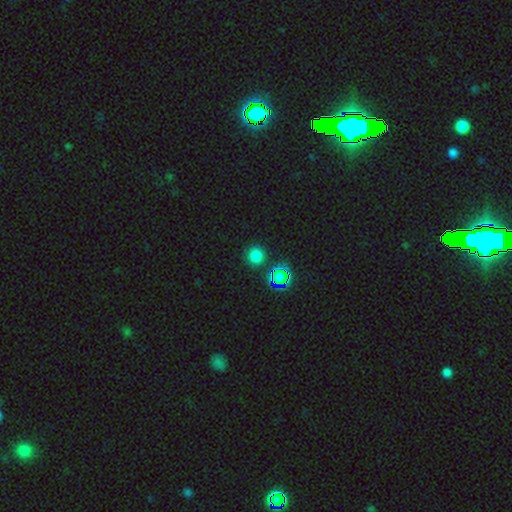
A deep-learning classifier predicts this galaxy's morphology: This is likely a smooth galaxy (74%). How rounded: clearly round (93%). Merging: clearly none (87%).